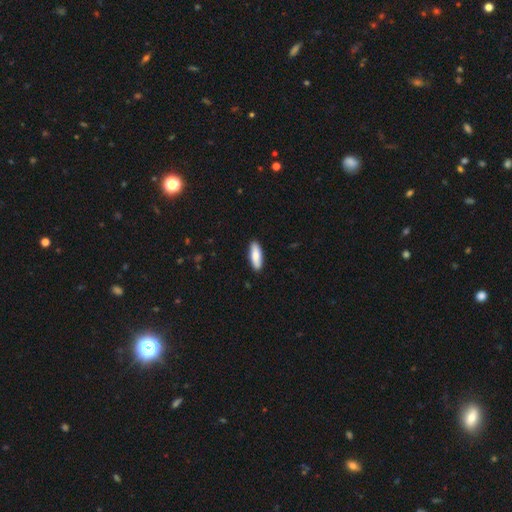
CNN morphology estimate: Smooth or featured: smooth — 84% (featured or disk — 11%)
How rounded: in between — 56% (cigar-shaped — 42%)
Merging: none — 90% (minor disturbance — 8%)